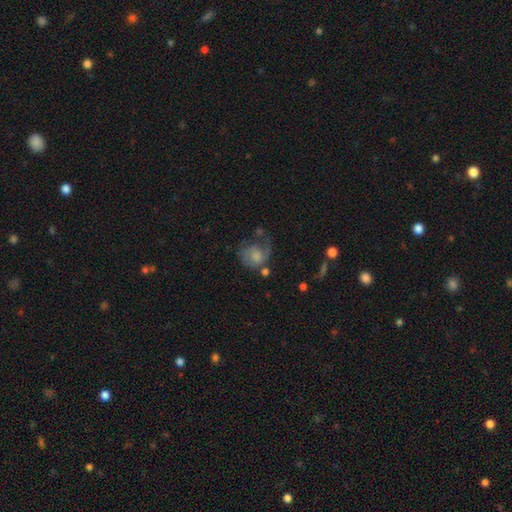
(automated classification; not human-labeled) A smooth galaxy with no disk features (49%).

Vote fractions:
- Smooth or featured? smooth: 49% / featured or disk: 42% / star or artifact: 9%
- Merging? major disturbance: 39% / none: 29% / minor disturbance: 24% / merger: 8%